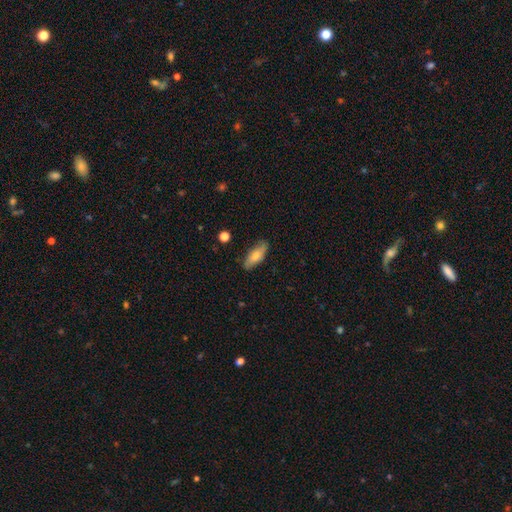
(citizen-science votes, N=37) smooth-or-featured: smooth: 65% | featured or disk: 30% | star or artifact: 5%
  how-rounded: cigar-shaped: 54% | in between: 46% | round: 0%
  merging: none: 89% | minor disturbance: 11% | major disturbance: 0% | merger: 0%